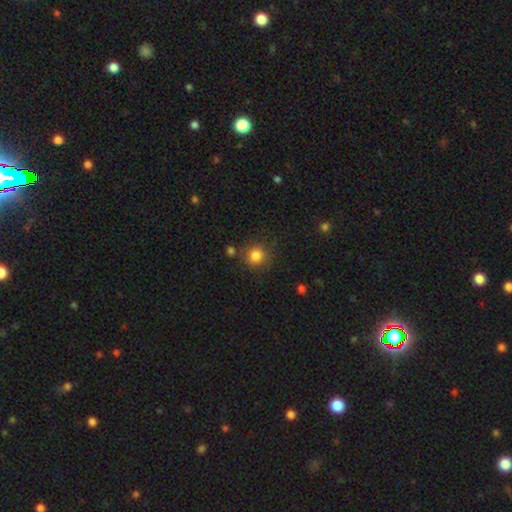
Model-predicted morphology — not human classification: Overall: smooth (83%). How rounded: round (91%). Merging: none (82%).